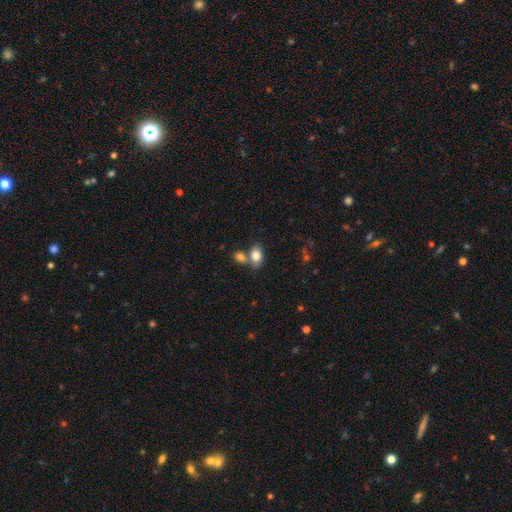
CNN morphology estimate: Smooth or featured?
  - smooth: 83% *
  - featured or disk: 9%
  - star or artifact: 8%
How rounded?
  - in between: 83% *
  - round: 15%
  - cigar-shaped: 1%
Merging?
  - none: 50% *
  - merger: 35%
  - minor disturbance: 11%
  - major disturbance: 4%